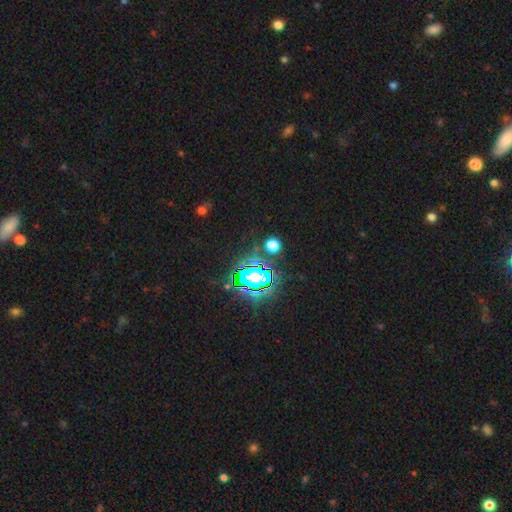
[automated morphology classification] This is likely a star or artifact rather than a galaxy (80%).